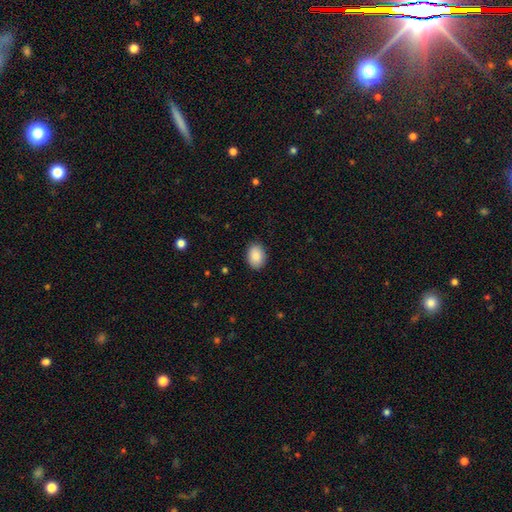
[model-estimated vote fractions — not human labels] A smooth galaxy with no disk features (89%) that is in between round and cigar-shaped (77%). Merging: none (88%).